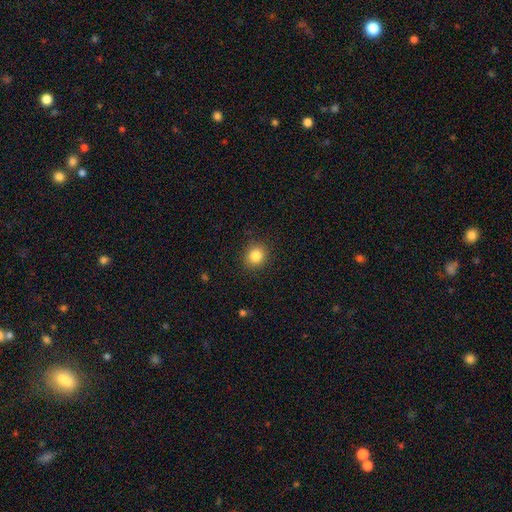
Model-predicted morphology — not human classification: smooth_or_featured: smooth (p=0.84) [alt: star or artifact p=0.11]
how_rounded: round (p=0.81) [alt: in between p=0.18]
merging: none (p=0.89) [alt: minor disturbance p=0.07]